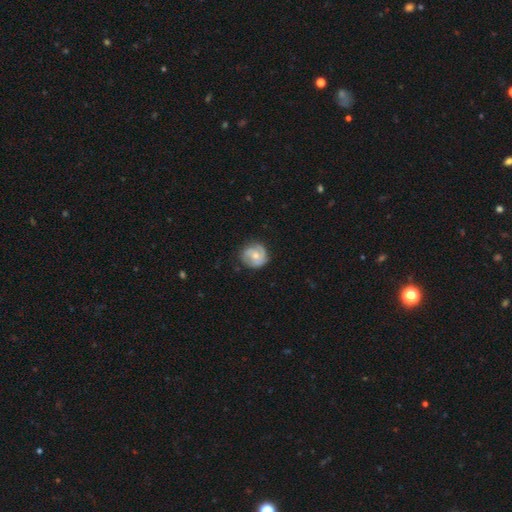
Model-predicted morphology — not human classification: Smooth or featured? featured or disk (55%)
Edge-on disk? no (97%)
Bar? no (69%)
Spiral arms? yes (79%)
Bulge size? moderate (57%)
Merging? none (72%)